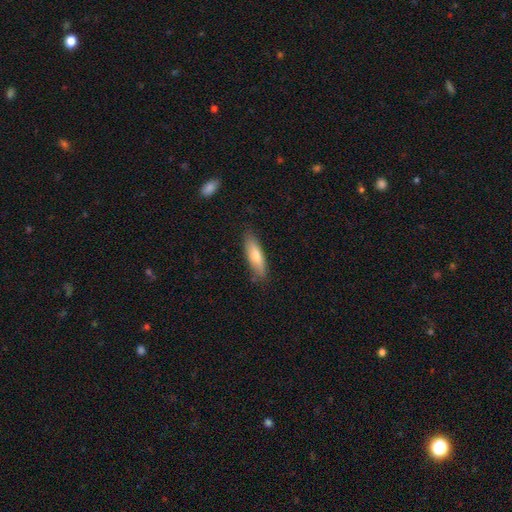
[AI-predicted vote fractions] A smooth galaxy with no disk features (69%) that is cigar-shaped (55%). Merging: none (84%).